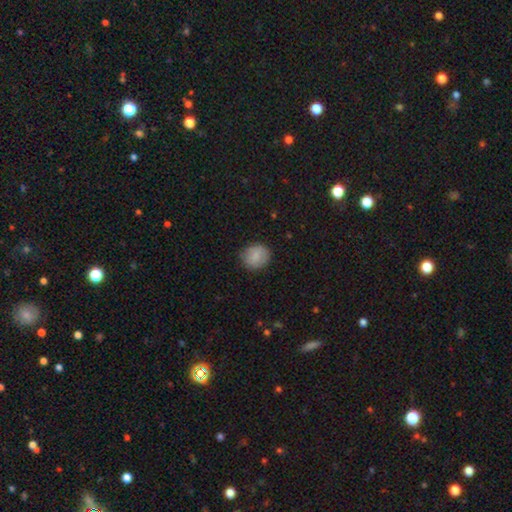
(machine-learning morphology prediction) Smooth or featured: smooth — 84% (featured or disk — 9%)
How rounded: round — 81% (in between — 18%)
Merging: none — 83% (minor disturbance — 13%)